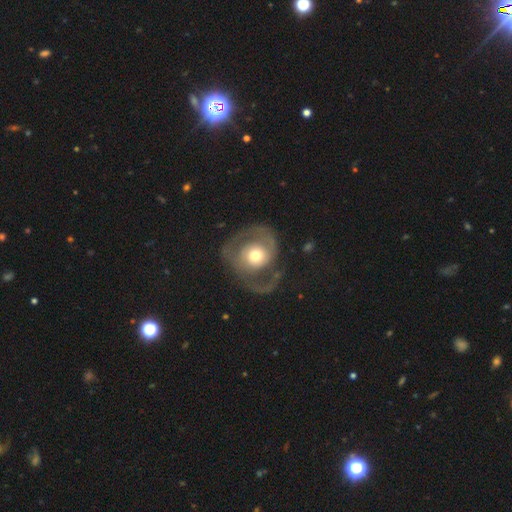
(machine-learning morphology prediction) Overall: featured or disk (71%). Edge-on disk: no (97%). Bar: no (76%). Spiral arms: yes (73%). Spiral arm count: 2 (74%). Spiral winding: medium (42%; loose 30%). Bulge size: moderate (65%). Merging: none (53%; major disturbance 28%).